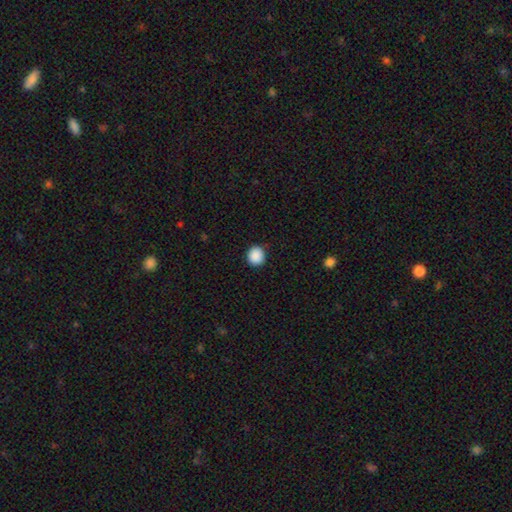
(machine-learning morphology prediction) smooth 90%, star or artifact 8%, featured or disk 2%. Down the decision tree: how rounded — round (87%); merging — none (91%).